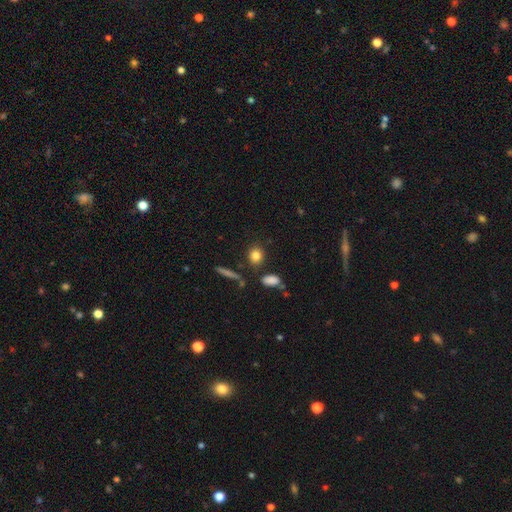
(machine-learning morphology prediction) Smooth or featured? smooth (84%)
How rounded? round (61%)
Merging? none (80%)